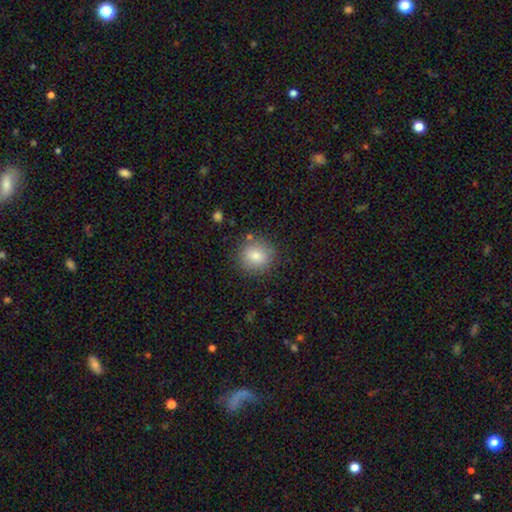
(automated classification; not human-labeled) smooth_or_featured: smooth (p=0.82) [alt: star or artifact p=0.09]
how_rounded: round (p=0.86) [alt: in between p=0.13]
merging: none (p=0.83) [alt: minor disturbance p=0.11]